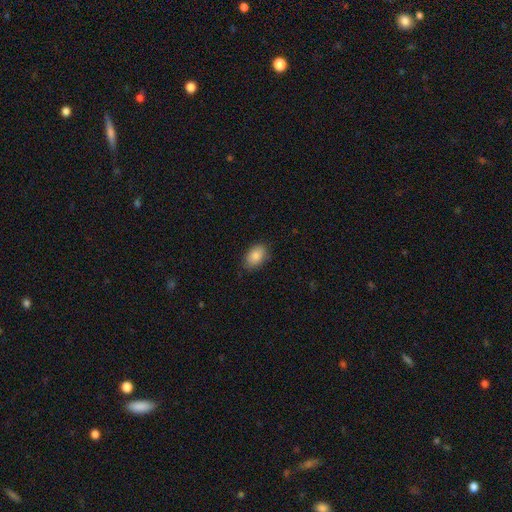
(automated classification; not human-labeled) The model was most divided on "merging": none: 82%, minor disturbance: 14%, major disturbance: 3%, merger: 1%. More confident: smooth or featured — smooth (86%); how rounded — in between (85%).